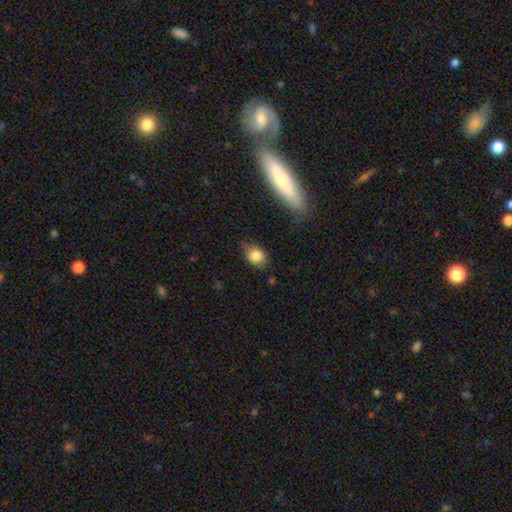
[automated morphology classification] smooth_or_featured: smooth (p=0.80) [alt: featured or disk p=0.11]
how_rounded: in between (p=0.65) [alt: round p=0.33]
merging: none (p=0.63) [alt: minor disturbance p=0.28]